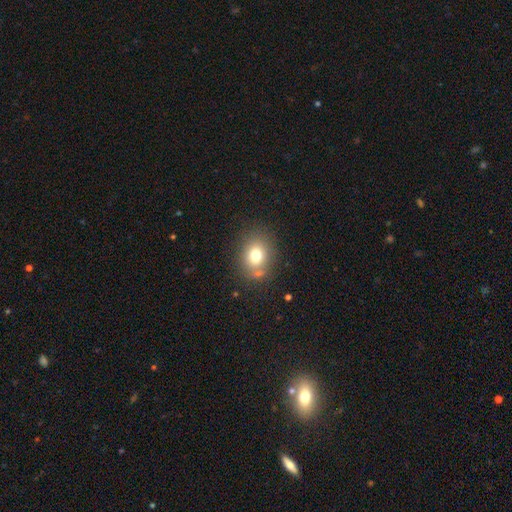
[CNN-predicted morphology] A smooth galaxy with no disk features (74%) that is round (55%). Merging: none (72%).